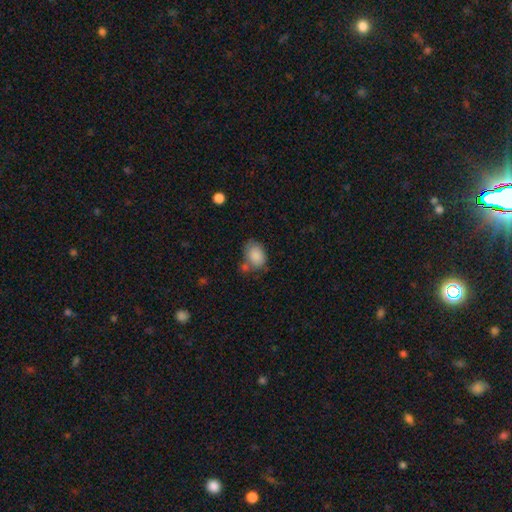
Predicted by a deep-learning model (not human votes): smooth-or-featured: smooth: 86% | star or artifact: 7% | featured or disk: 7%
  how-rounded: in between: 75% | round: 24% | cigar-shaped: 1%
  merging: none: 49% | minor disturbance: 27% | merger: 15% | major disturbance: 9%